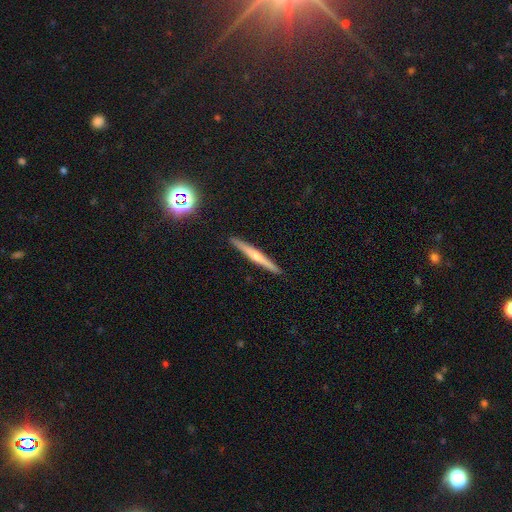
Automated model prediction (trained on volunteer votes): This is possibly a featured or disk galaxy (56%). It is clearly viewed edge-on (98%). Edge-on bulge: possibly rounded (59%). Merging: clearly none (92%).